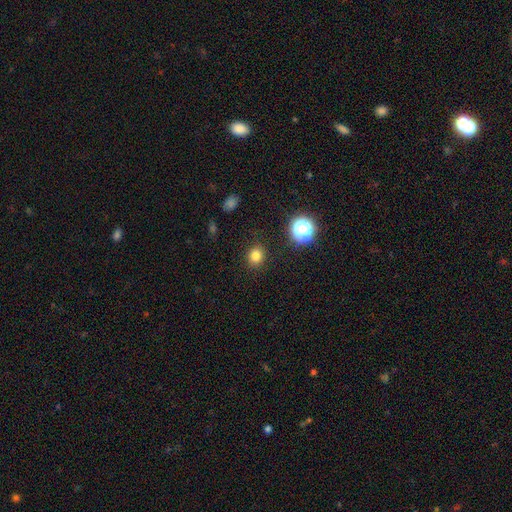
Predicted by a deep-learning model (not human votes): smooth_or_featured: smooth (p=0.79) [alt: star or artifact p=0.15]
how_rounded: round (p=0.79) [alt: in between p=0.20]
merging: none (p=0.89) [alt: minor disturbance p=0.07]